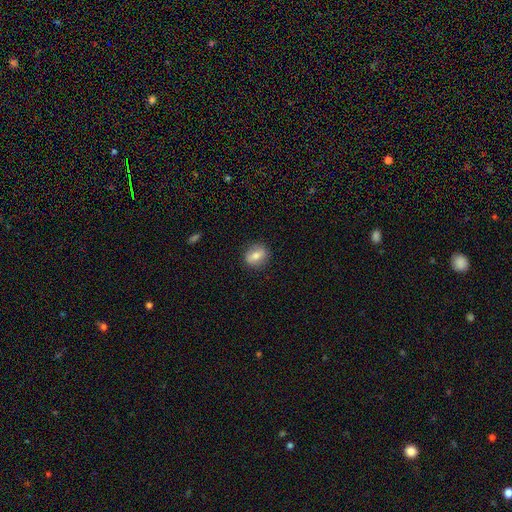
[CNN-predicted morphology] A smooth galaxy with no disk features (67%) that is round (49%).

Vote fractions:
- Smooth or featured? smooth: 67% / featured or disk: 25% / star or artifact: 8%
- How rounded? round: 49% / in between: 47% / cigar-shaped: 3%
- Merging? none: 86% / minor disturbance: 10% / major disturbance: 3% / merger: 1%